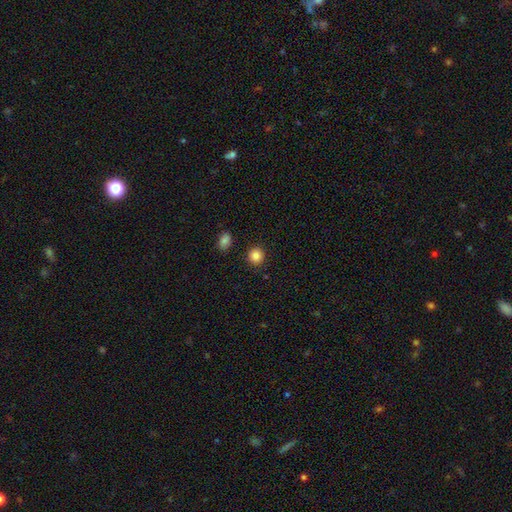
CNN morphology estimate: Smooth or featured?
  - smooth: 86% *
  - star or artifact: 10%
  - featured or disk: 4%
How rounded?
  - round: 92% *
  - in between: 7%
  - cigar-shaped: 1%
Merging?
  - none: 91% *
  - minor disturbance: 5%
  - merger: 2%
  - major disturbance: 2%